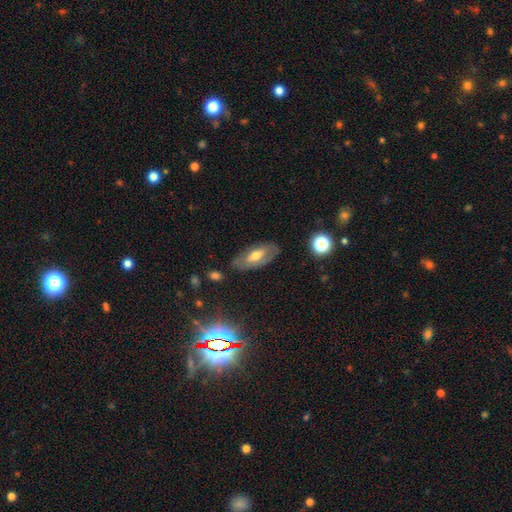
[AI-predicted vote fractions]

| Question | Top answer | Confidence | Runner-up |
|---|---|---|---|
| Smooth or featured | featured or disk | 48% | smooth (44%) |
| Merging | none | 76% | minor disturbance (17%) |